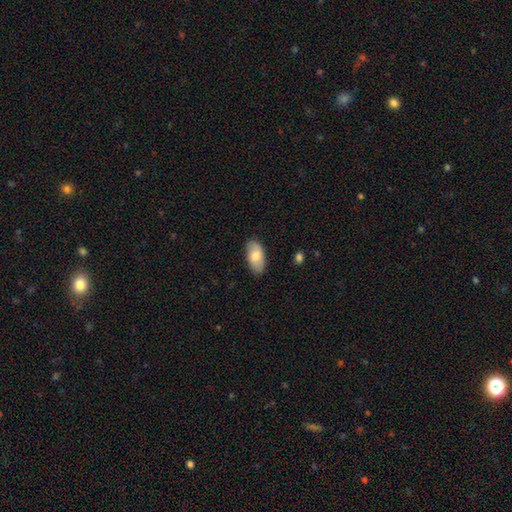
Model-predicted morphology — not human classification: Smooth or featured? Predicted: smooth (p=0.78). How rounded? Predicted: in between (p=0.94). Merging? Predicted: none (p=0.83).